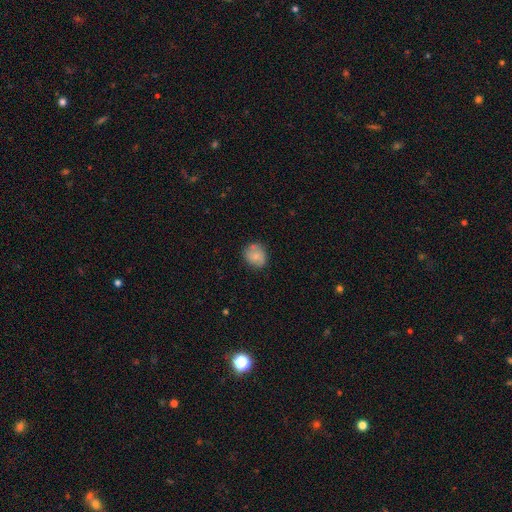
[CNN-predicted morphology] A smooth galaxy with no disk features (74%) that is round (72%). Merging: none (71%).